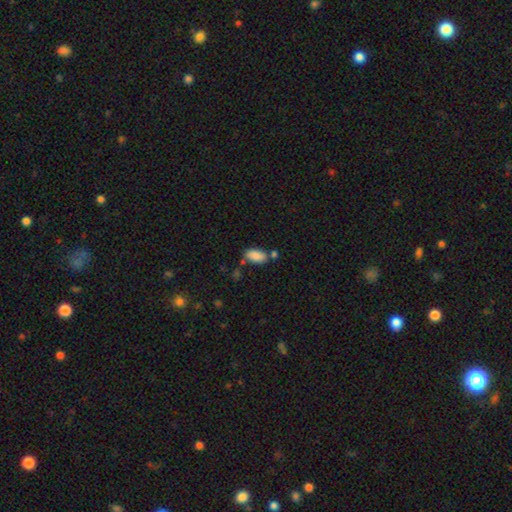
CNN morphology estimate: Q: Smooth or featured?
A: smooth (87%); runner-up: star or artifact (7%)
Q: How rounded?
A: in between (93%); runner-up: cigar-shaped (5%)
Q: Merging?
A: none (65%); runner-up: merger (16%)